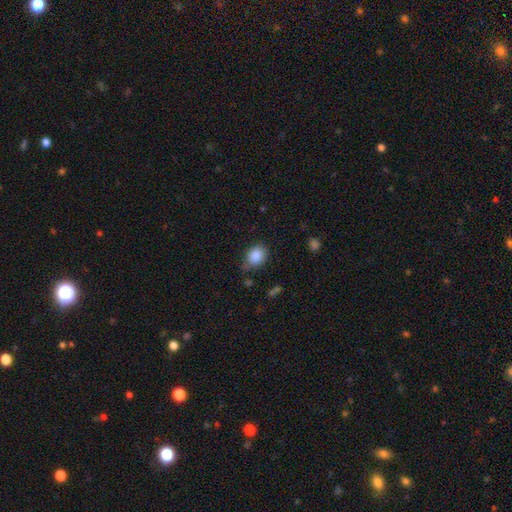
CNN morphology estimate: smooth 87%, star or artifact 8%, featured or disk 5%. Down the decision tree: how rounded — in between (55%); merging — none (66%).